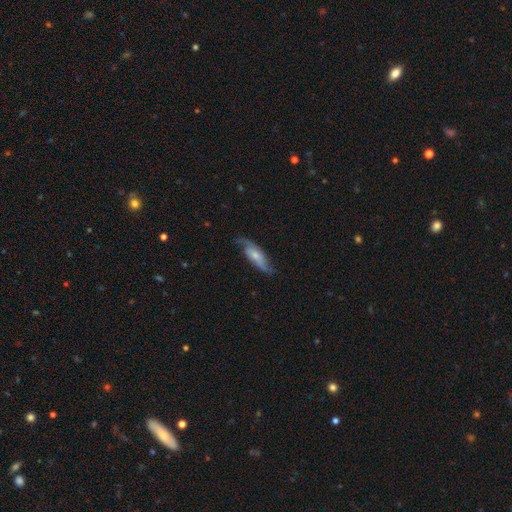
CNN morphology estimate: The model was most divided on "spiral winding": loose: 50%, medium: 35%, tight: 14%. More confident: spiral arms — yes (92%); spiral arm count — 2 (84%); edge-on disk — no (83%); smooth or featured — featured or disk (69%); merging — none (68%); bar — no (60%); bulge size — small (52%).